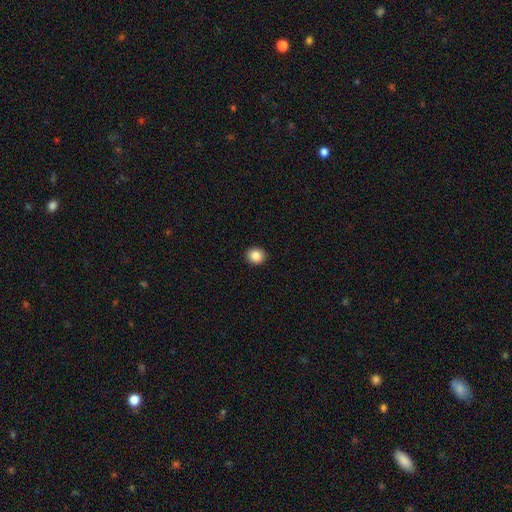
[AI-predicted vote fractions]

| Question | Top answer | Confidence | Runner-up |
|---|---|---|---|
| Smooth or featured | smooth | 87% | star or artifact (9%) |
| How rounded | round | 84% | in between (15%) |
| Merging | none | 92% | minor disturbance (5%) |